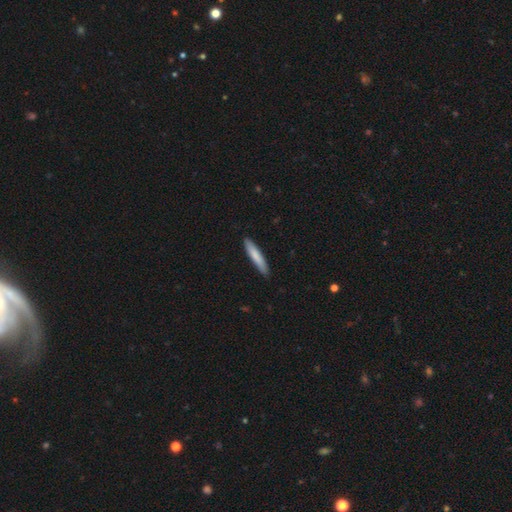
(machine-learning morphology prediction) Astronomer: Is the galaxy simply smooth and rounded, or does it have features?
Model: smooth — 79%.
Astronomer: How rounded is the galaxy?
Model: cigar-shaped — 91%.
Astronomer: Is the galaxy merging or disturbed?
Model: none — 88%.